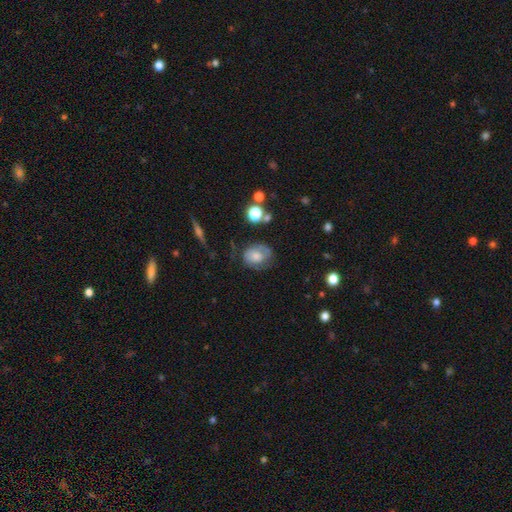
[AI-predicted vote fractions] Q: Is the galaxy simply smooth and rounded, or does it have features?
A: smooth — 61%.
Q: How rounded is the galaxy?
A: in between — 51%.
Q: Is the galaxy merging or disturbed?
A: none — 55%.